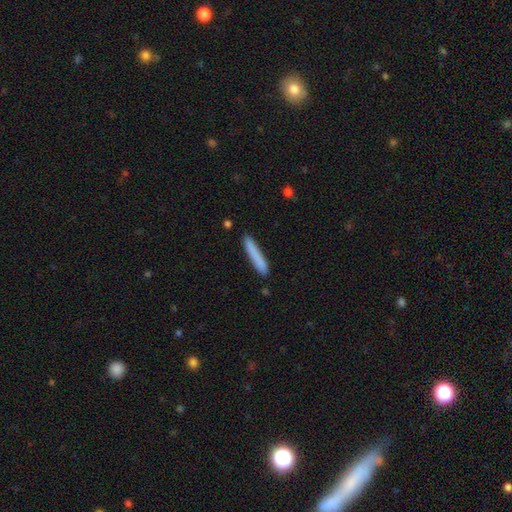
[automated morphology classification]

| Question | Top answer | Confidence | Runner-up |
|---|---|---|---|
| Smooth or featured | smooth | 81% | featured or disk (12%) |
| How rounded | cigar-shaped | 95% | in between (4%) |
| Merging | none | 87% | minor disturbance (10%) |